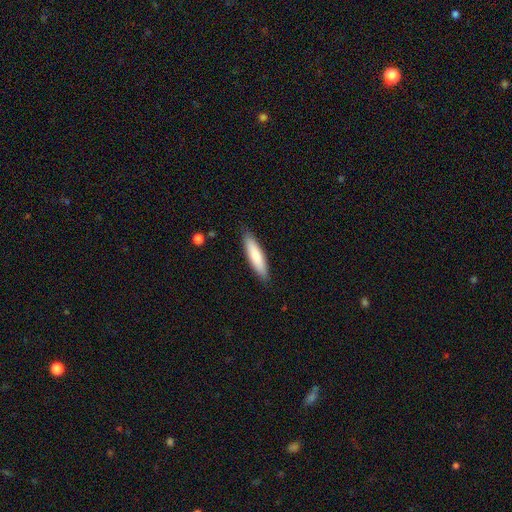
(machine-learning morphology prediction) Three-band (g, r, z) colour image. It shows a smooth galaxy with no disk features (80%) that is cigar-shaped (75%). Merging: none (88%).